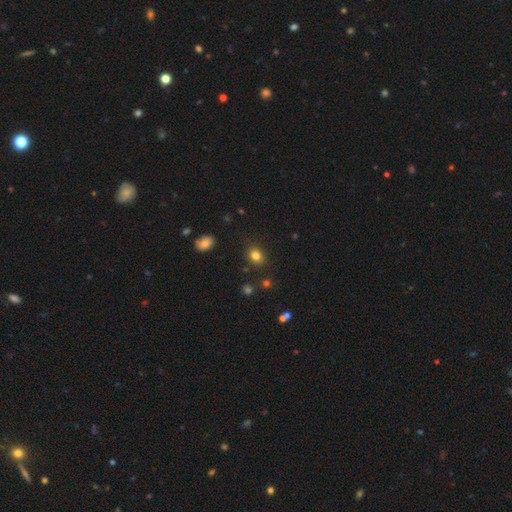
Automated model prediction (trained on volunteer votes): Morphology: type=smooth (81%); roundness=round (53%); merging=none (86%).